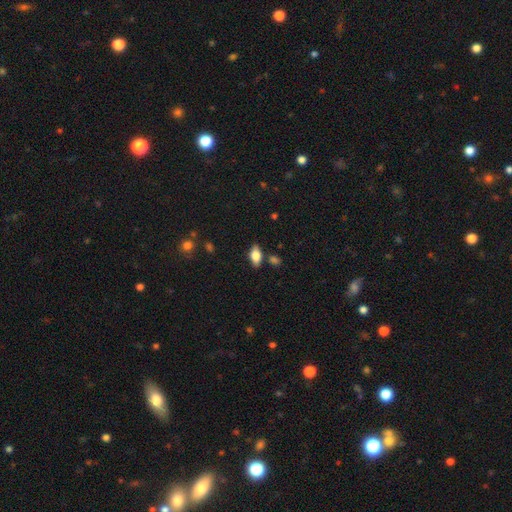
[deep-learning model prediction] The model was most divided on "smooth or featured": smooth: 69%, featured or disk: 23%, star or artifact: 8%. More confident: how rounded — in between (86%); merging — none (81%).